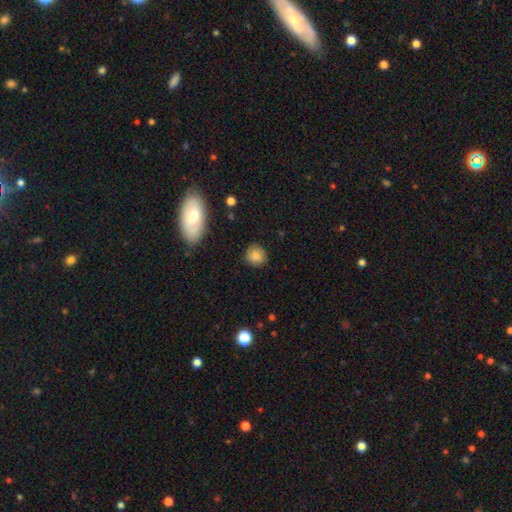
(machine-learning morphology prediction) A smooth galaxy with no disk features (81%) that is round (85%).

Vote fractions:
- Smooth or featured? smooth: 81% / featured or disk: 10% / star or artifact: 10%
- How rounded? round: 85% / in between: 14% / cigar-shaped: 1%
- Merging? none: 84% / minor disturbance: 12% / major disturbance: 3% / merger: 1%